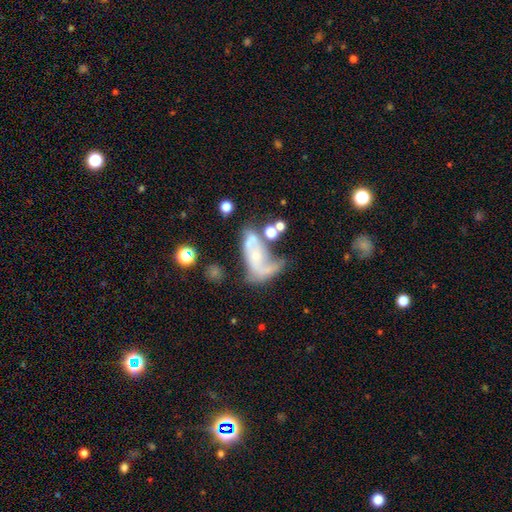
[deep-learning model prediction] A featured or disk galaxy (63%) with no bar (70%), spiral arms (67%) and a small central bulge (59%).

Vote fractions:
- Smooth or featured? featured or disk: 63% / smooth: 26% / star or artifact: 11%
- Edge-on disk? no: 94% / yes: 6%
- Bar? no: 70% / weak: 22% / strong: 8%
- Spiral arms? yes: 67% / no: 33%
- Bulge size? small: 59% / moderate: 23% / none: 14% / large: 3% / dominant: 2%
- Merging? major disturbance: 39% / merger: 25% / none: 20% / minor disturbance: 16%